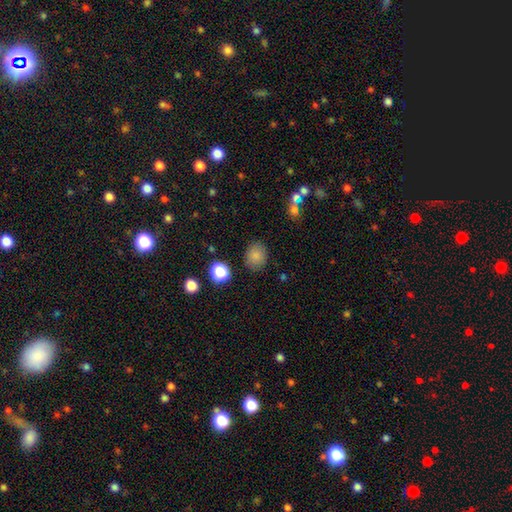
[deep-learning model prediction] Smooth or featured? smooth (83%)
How rounded? round (62%)
Merging? none (85%)